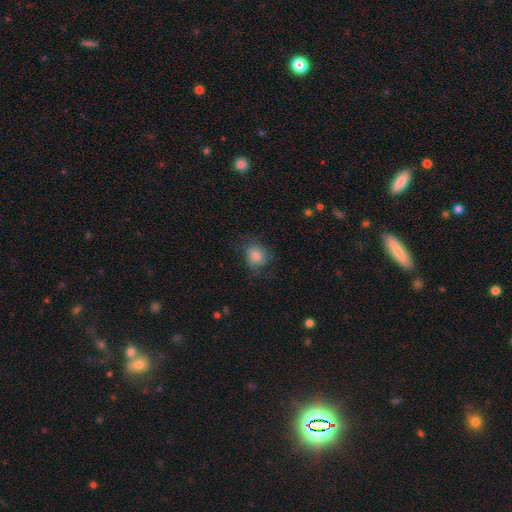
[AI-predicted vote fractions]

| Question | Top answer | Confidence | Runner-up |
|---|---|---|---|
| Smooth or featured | smooth | 77% | featured or disk (14%) |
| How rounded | round | 70% | in between (29%) |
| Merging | none | 61% | minor disturbance (23%) |